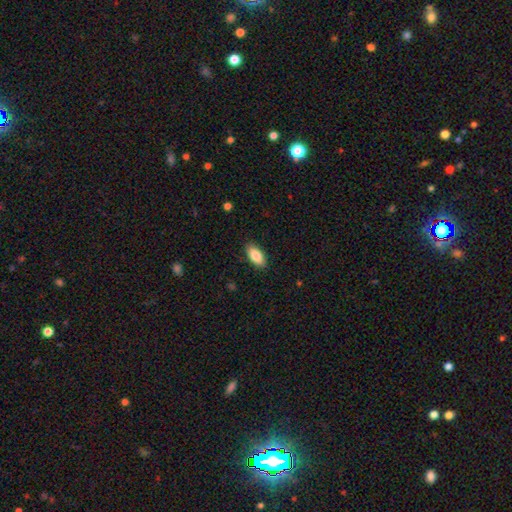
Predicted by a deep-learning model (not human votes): A smooth galaxy with no disk features (85%) that is in between round and cigar-shaped (90%).

Vote fractions:
- Smooth or featured? smooth: 85% / featured or disk: 8% / star or artifact: 6%
- How rounded? in between: 90% / cigar-shaped: 7% / round: 2%
- Merging? none: 88% / minor disturbance: 9% / major disturbance: 2% / merger: 1%